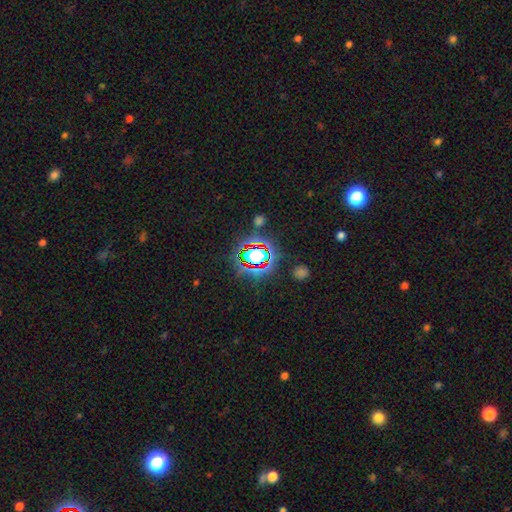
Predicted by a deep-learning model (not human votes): star or artifact 68%, smooth 20%, featured or disk 12%.